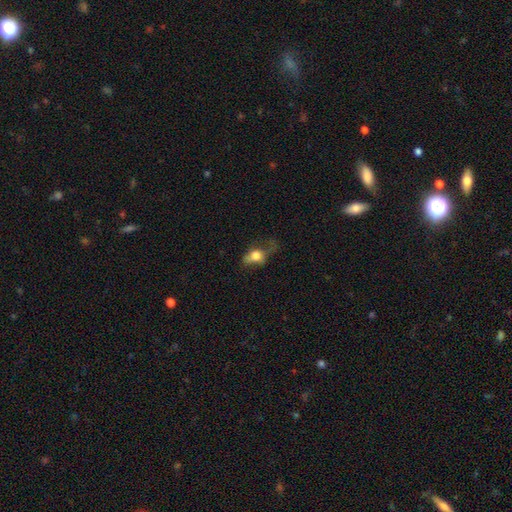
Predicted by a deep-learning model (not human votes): smooth_or_featured: smooth (p=0.65) [alt: featured or disk p=0.25]
how_rounded: in between (p=0.64) [alt: round p=0.32]
merging: major disturbance (p=0.42) [alt: none p=0.30]